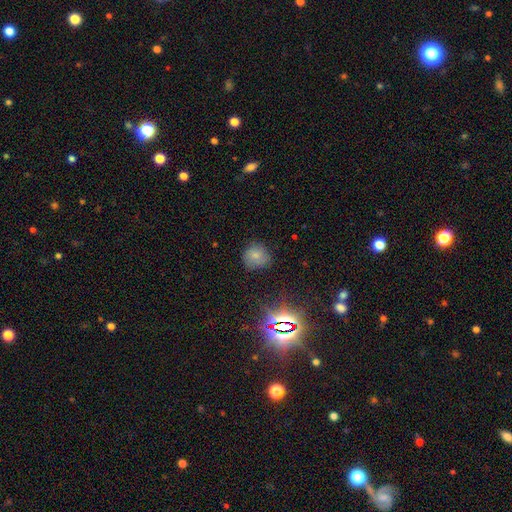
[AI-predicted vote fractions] Smooth or featured?
  - smooth: 70% *
  - star or artifact: 18%
  - featured or disk: 12%
How rounded?
  - round: 85% *
  - in between: 14%
  - cigar-shaped: 1%
Merging?
  - none: 75% *
  - minor disturbance: 18%
  - major disturbance: 5%
  - merger: 2%